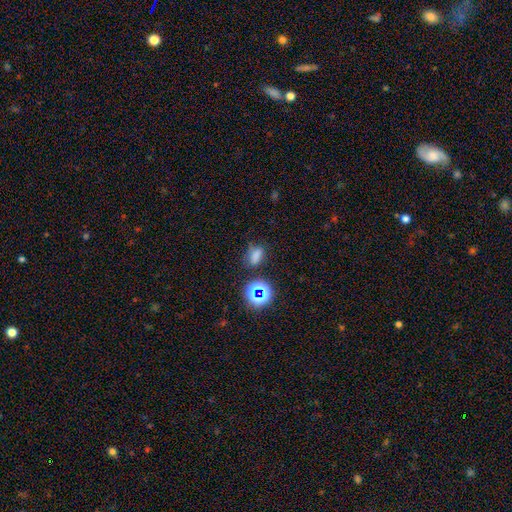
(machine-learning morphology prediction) This is likely a smooth galaxy (66%). How rounded: likely in between (73%). Merging: likely none (62%).